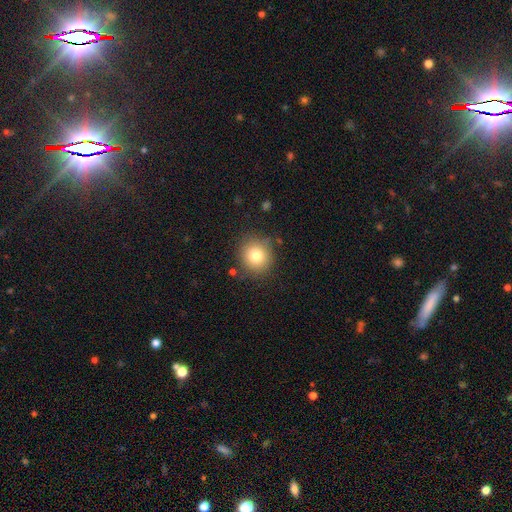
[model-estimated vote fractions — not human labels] A smooth galaxy with no disk features (79%) that is round (90%).

Vote fractions:
- Smooth or featured? smooth: 79% / star or artifact: 11% / featured or disk: 10%
- How rounded? round: 90% / in between: 9% / cigar-shaped: 1%
- Merging? none: 83% / minor disturbance: 11% / major disturbance: 3% / merger: 2%